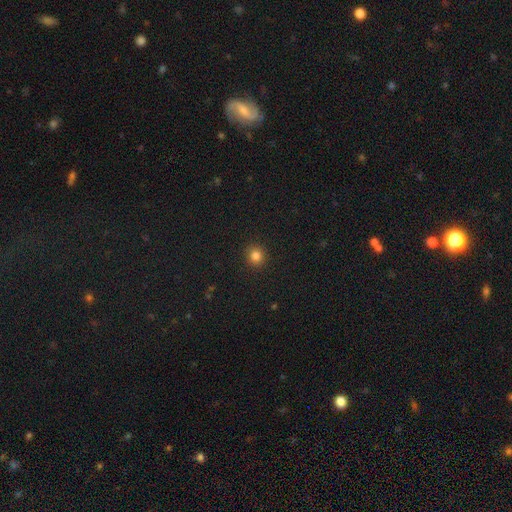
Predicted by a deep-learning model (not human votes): Smooth or featured: smooth — 82% (star or artifact — 13%)
How rounded: round — 90% (in between — 9%)
Merging: none — 92% (minor disturbance — 5%)